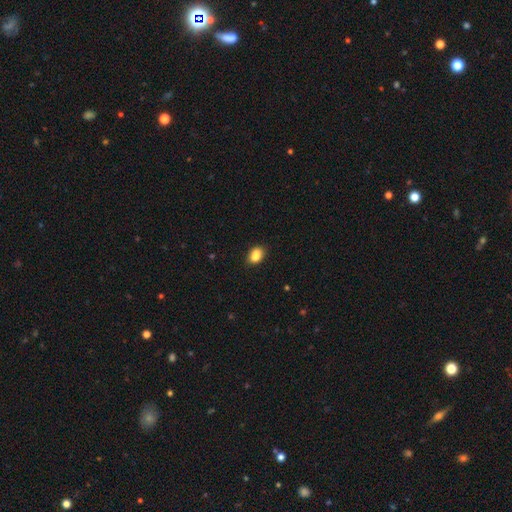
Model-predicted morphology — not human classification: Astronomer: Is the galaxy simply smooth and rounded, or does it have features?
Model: smooth — 82%.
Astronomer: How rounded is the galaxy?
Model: in between — 77%.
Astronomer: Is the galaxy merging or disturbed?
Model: none — 60%.